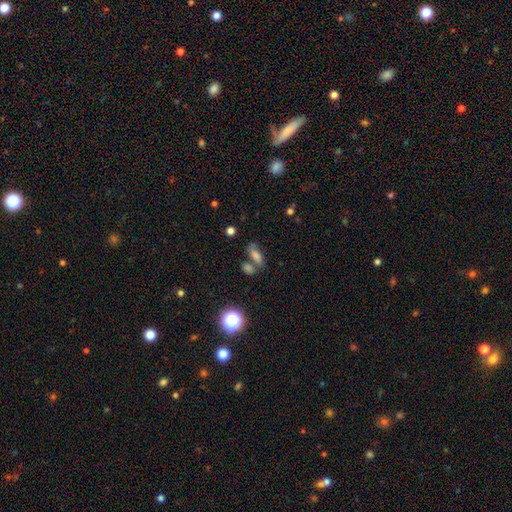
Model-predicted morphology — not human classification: smooth 62%, featured or disk 20%, star or artifact 19%. Down the decision tree: how rounded — in between (72%); merging — none (45%).